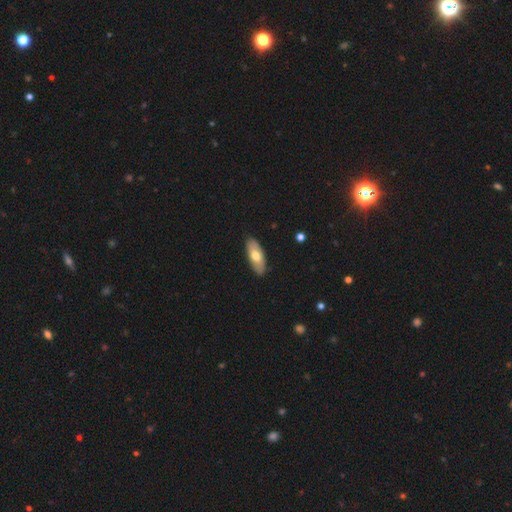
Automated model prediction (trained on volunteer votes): Smooth or featured?
  - smooth: 65% *
  - featured or disk: 30%
  - star or artifact: 5%
How rounded?
  - in between: 81% *
  - cigar-shaped: 17%
  - round: 2%
Merging?
  - none: 88% *
  - minor disturbance: 9%
  - major disturbance: 2%
  - merger: 1%